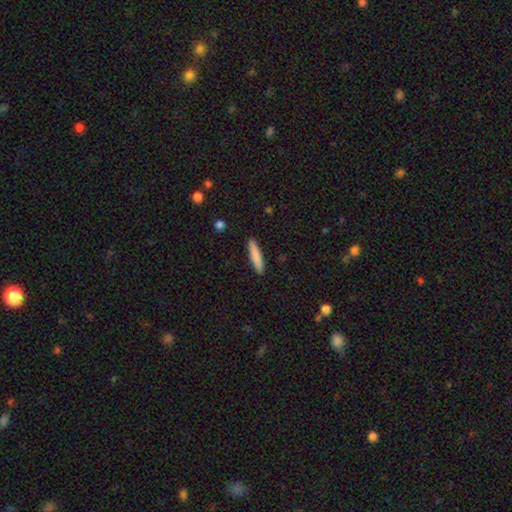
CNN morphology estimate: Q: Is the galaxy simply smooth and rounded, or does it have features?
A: smooth — 82%.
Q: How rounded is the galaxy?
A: cigar-shaped — 91%.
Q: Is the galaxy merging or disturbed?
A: none — 91%.